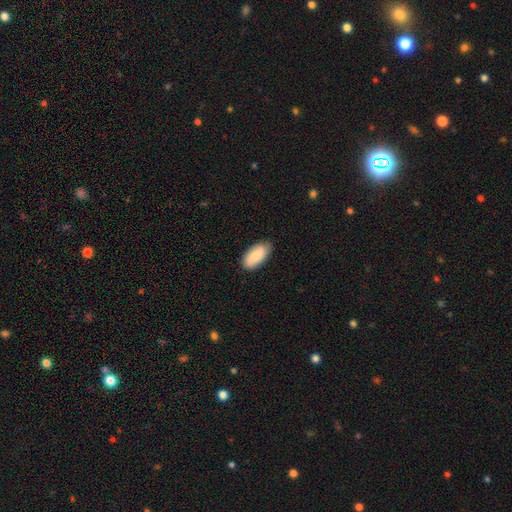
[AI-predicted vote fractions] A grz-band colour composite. It shows a smooth galaxy with no disk features (81%) that is in between round and cigar-shaped (93%). Merging: none (82%).